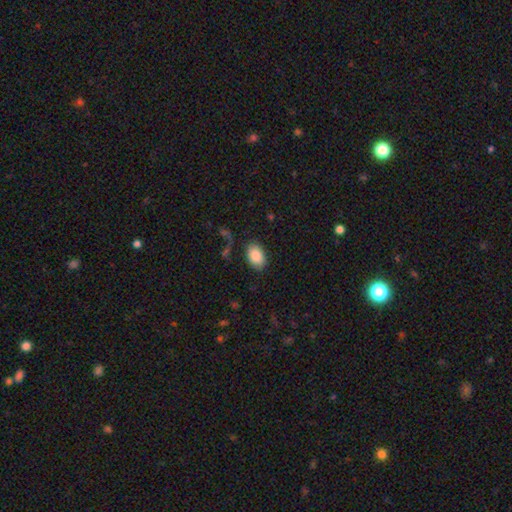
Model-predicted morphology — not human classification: This is clearly a smooth galaxy (87%). How rounded: clearly in between (88%). Merging: clearly none (80%).